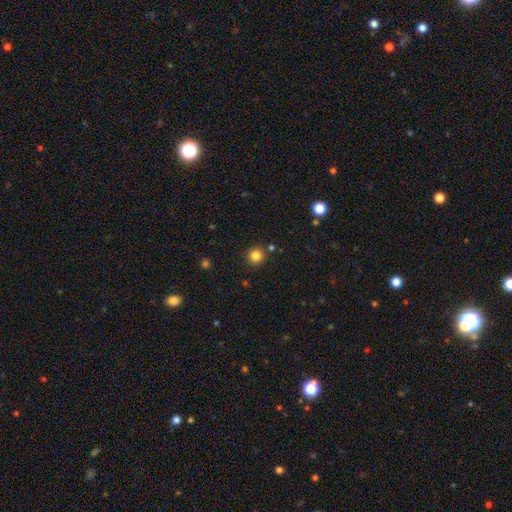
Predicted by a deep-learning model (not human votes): Q: Smooth or featured?
A: smooth (83%); runner-up: star or artifact (12%)
Q: How rounded?
A: round (95%); runner-up: in between (4%)
Q: Merging?
A: none (87%); runner-up: minor disturbance (6%)